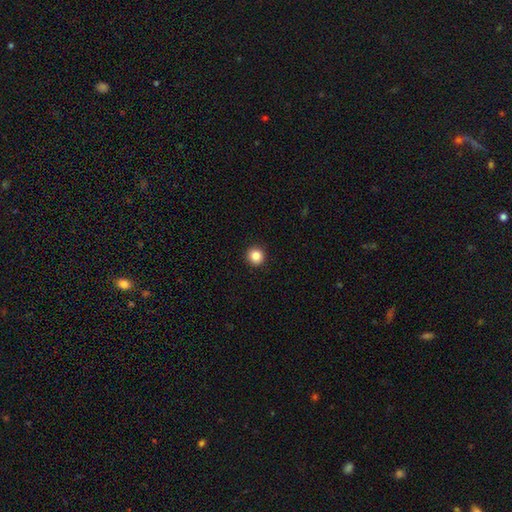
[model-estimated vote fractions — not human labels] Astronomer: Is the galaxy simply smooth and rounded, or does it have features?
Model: smooth — 85%.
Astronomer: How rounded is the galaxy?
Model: round — 95%.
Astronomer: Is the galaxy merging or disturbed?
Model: none — 93%.